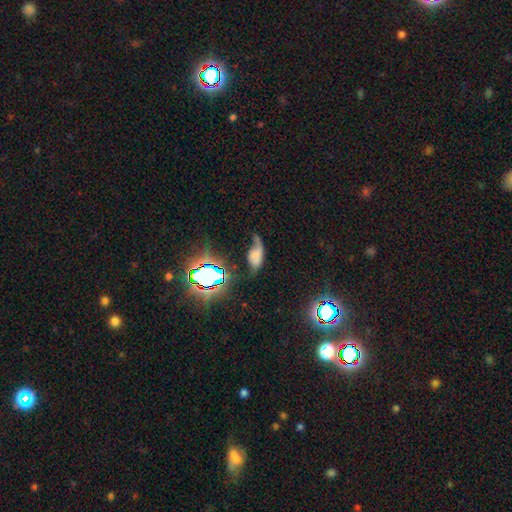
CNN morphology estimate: Q: Smooth or featured?
A: smooth (53%); runner-up: featured or disk (29%)
Q: How rounded?
A: in between (86%); runner-up: round (7%)
Q: Merging?
A: minor disturbance (32%); tied with: major disturbance (32%)